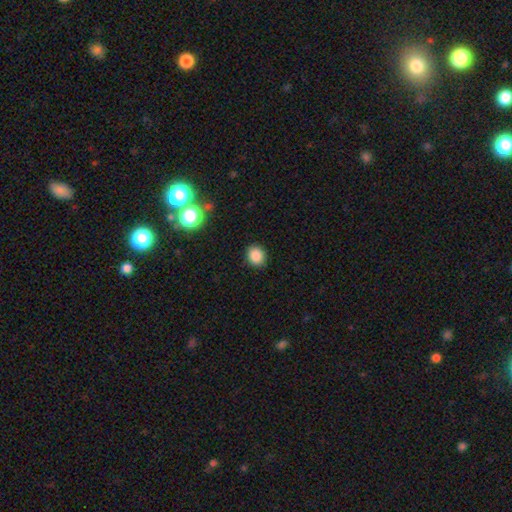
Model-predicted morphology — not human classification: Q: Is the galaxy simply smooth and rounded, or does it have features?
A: smooth — 85%.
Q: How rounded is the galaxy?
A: round — 74%.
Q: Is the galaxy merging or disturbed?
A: none — 89%.